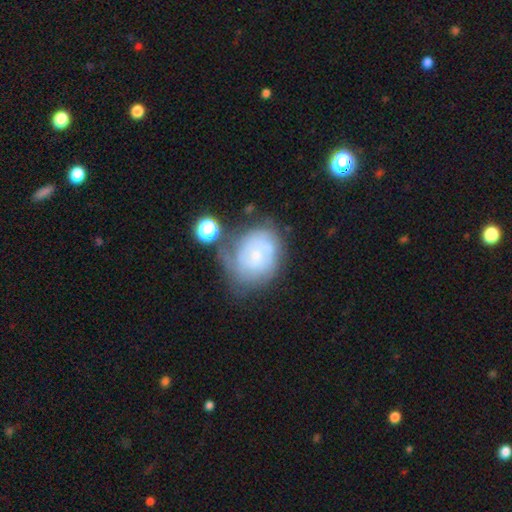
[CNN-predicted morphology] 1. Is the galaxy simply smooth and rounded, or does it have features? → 65% featured or disk, 26% smooth, 9% star or artifact.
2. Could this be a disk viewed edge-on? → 98% no, 2% yes.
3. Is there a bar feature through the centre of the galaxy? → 76% no, 21% weak, 3% strong.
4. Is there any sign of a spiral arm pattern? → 76% yes, 24% no.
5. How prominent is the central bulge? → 70% small, 17% moderate, 9% none, 2% large, 1% dominant.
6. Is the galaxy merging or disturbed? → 47% none, 24% minor disturbance, 16% major disturbance, 12% merger.